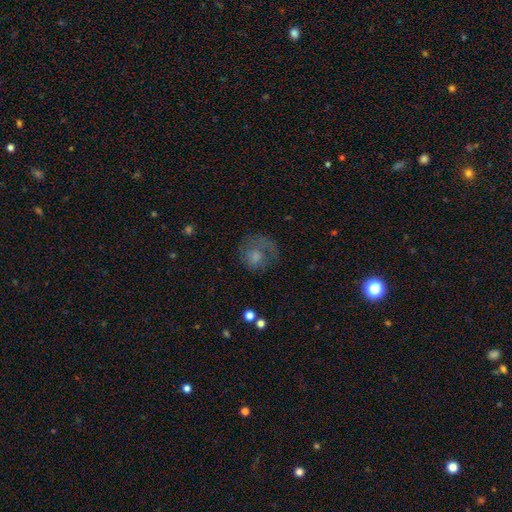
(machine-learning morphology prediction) A smooth galaxy with no disk features (59%) that is round (79%). Merging: none (49%).